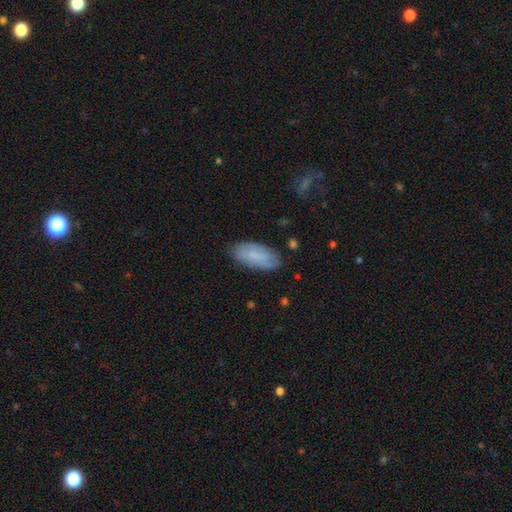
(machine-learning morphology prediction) smooth_or_featured: smooth (p=0.73) [alt: featured or disk p=0.20]
how_rounded: in between (p=0.89) [alt: cigar-shaped p=0.09]
merging: none (p=0.80) [alt: minor disturbance p=0.15]